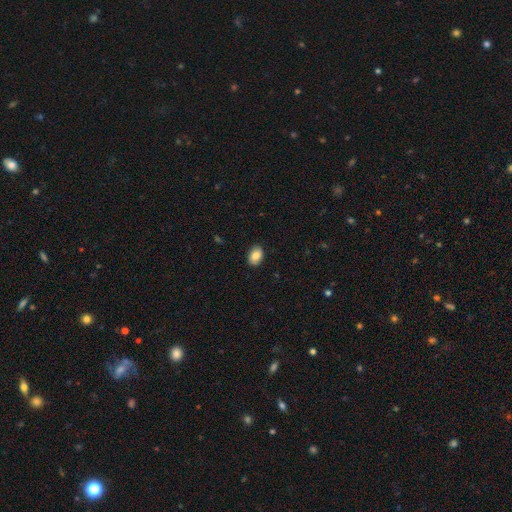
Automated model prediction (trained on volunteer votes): A smooth galaxy with no disk features (86%) that is in between round and cigar-shaped (83%). Merging: none (88%).